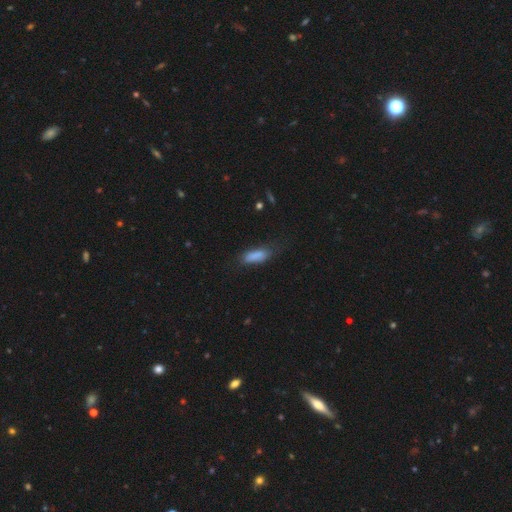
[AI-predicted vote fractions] smooth_or_featured: smooth (p=0.83) [alt: featured or disk p=0.09]
how_rounded: in between (p=0.62) [alt: cigar-shaped p=0.36]
merging: none (p=0.62) [alt: minor disturbance p=0.26]